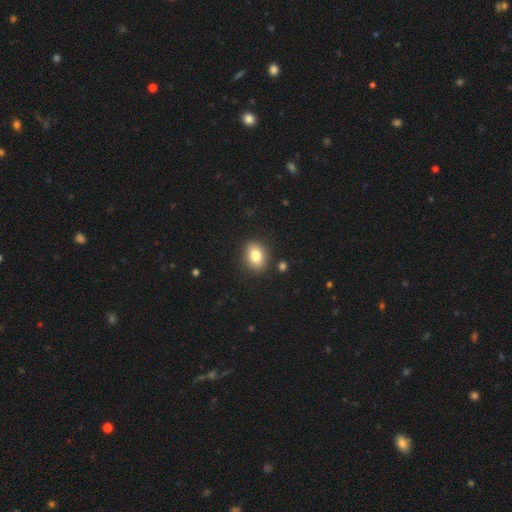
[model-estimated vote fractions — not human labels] smooth_or_featured: smooth (p=0.82) [alt: star or artifact p=0.10]
how_rounded: in between (p=0.58) [alt: round p=0.41]
merging: none (p=0.87) [alt: minor disturbance p=0.08]